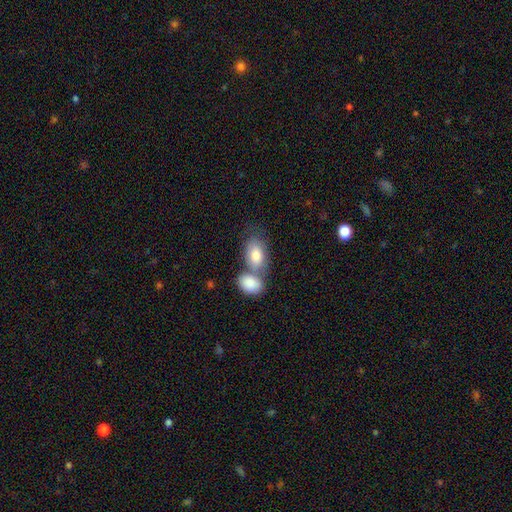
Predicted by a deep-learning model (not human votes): Smooth or featured? Predicted: smooth (p=0.81). How rounded? Predicted: in between (p=0.89). Merging? Predicted: merger (p=0.59).